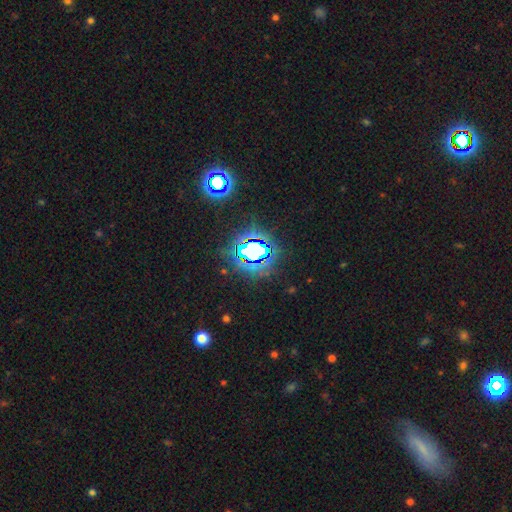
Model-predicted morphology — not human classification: This is clearly a star or artifact rather than a galaxy (81%).